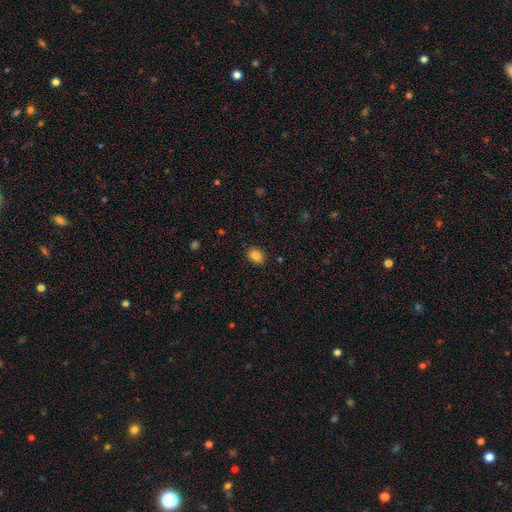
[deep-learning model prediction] Morphology: type=smooth (85%); roundness=in between (63%); merging=none (88%).